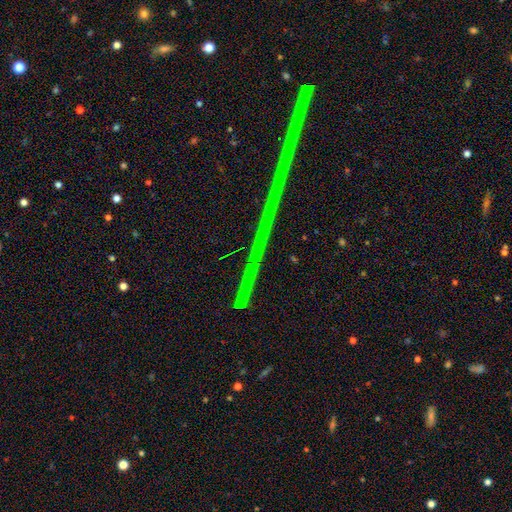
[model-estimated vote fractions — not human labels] Smooth or featured? star or artifact (83%)